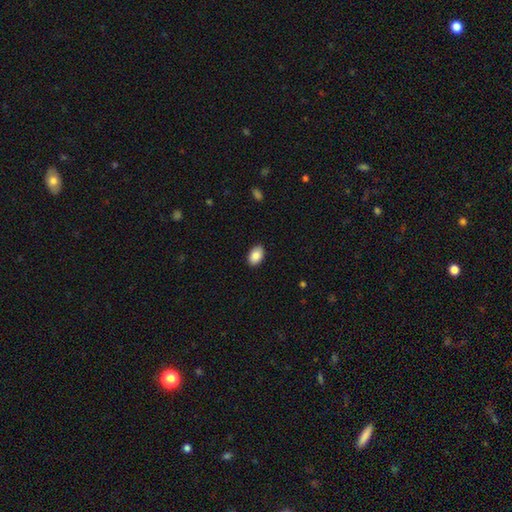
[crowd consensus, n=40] Volunteers were most divided on "how rounded": in between: 82%, round: 18%, cigar-shaped: 0%. More confident: merging — none (86%); smooth or featured — smooth (85%).